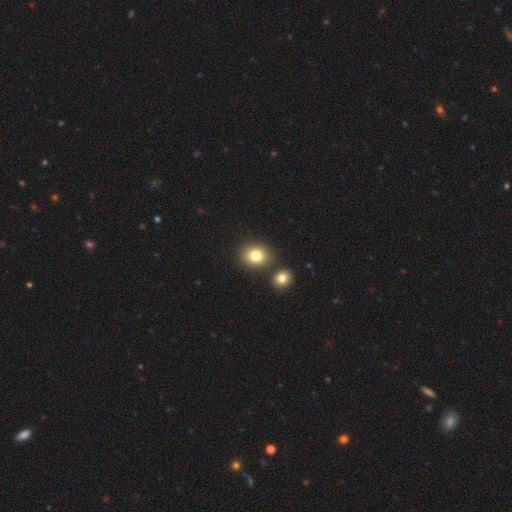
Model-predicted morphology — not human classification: This is clearly a smooth galaxy (80%). How rounded: likely round (63%). Merging: likely none (76%).